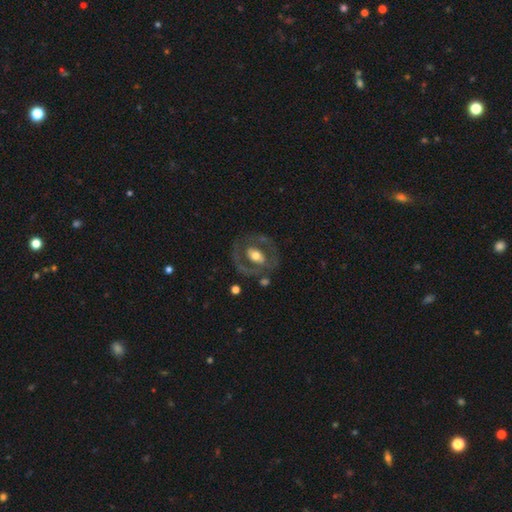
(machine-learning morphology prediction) smooth-or-featured: featured or disk: 60% | smooth: 35% | star or artifact: 6%
  disk-edge-on: no: 93% | yes: 7%
    bar: no: 58% | weak: 25% | strong: 17%
    has-spiral-arms: no: 77% | yes: 23%
    bulge-size: moderate: 64% | large: 21% | small: 12% | dominant: 2% | none: 2%
  merging: none: 68% | minor disturbance: 16% | major disturbance: 13% | merger: 4%